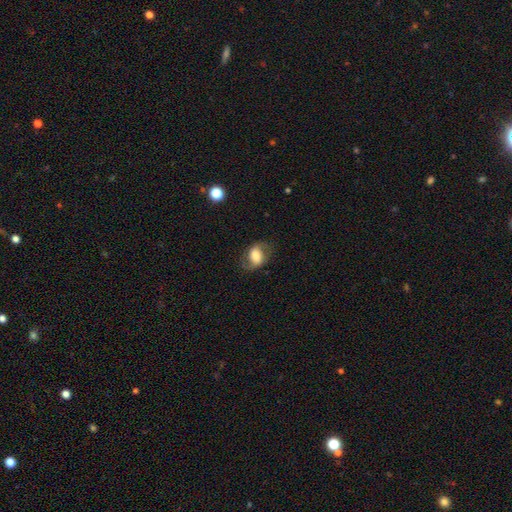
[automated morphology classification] type=featured or disk (47%); merging=none (69%).